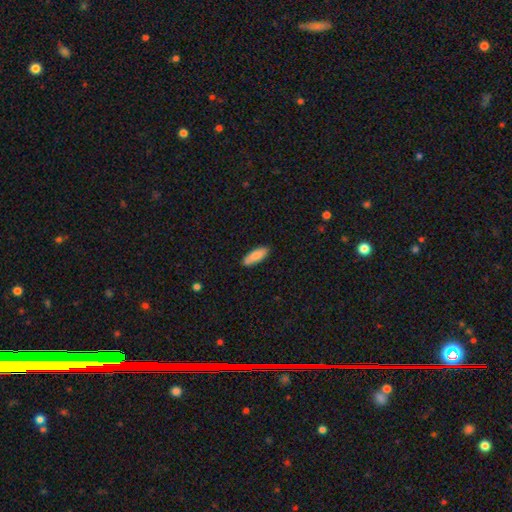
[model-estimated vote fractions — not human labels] smooth 86%, featured or disk 9%, star or artifact 6%. Down the decision tree: how rounded — in between (56%); merging — none (87%).